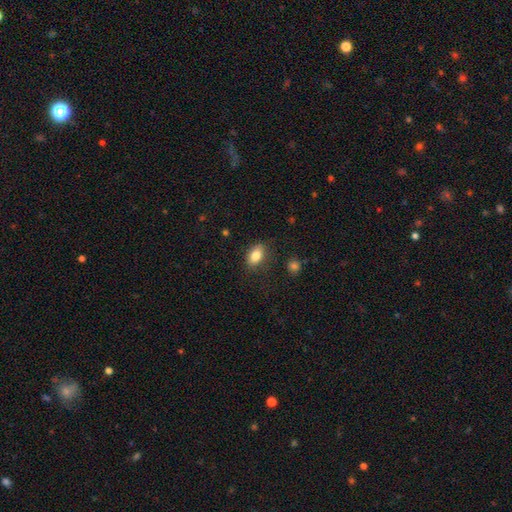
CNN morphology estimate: smooth-or-featured: smooth: 83% | featured or disk: 9% | star or artifact: 8%
  how-rounded: in between: 87% | round: 11% | cigar-shaped: 2%
  merging: none: 81% | minor disturbance: 14% | major disturbance: 4% | merger: 2%